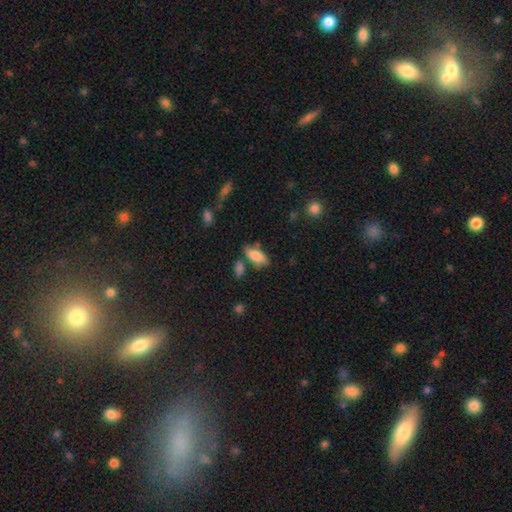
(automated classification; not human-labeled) Smooth or featured: smooth — 78% (featured or disk — 15%)
How rounded: in between — 81% (cigar-shaped — 16%)
Merging: none — 61% (minor disturbance — 20%)